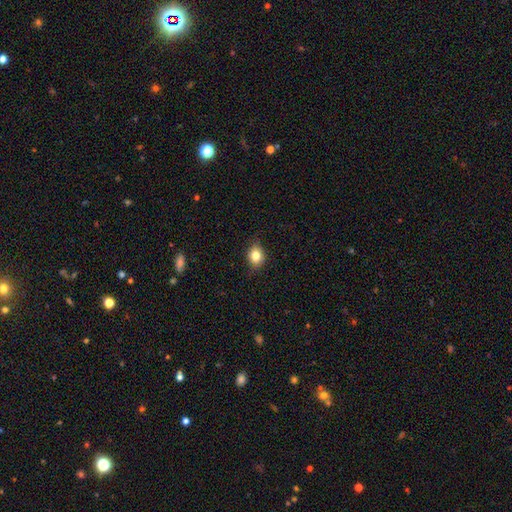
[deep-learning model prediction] This is clearly a smooth galaxy (80%). How rounded: possibly round (54%). Merging: clearly none (80%).